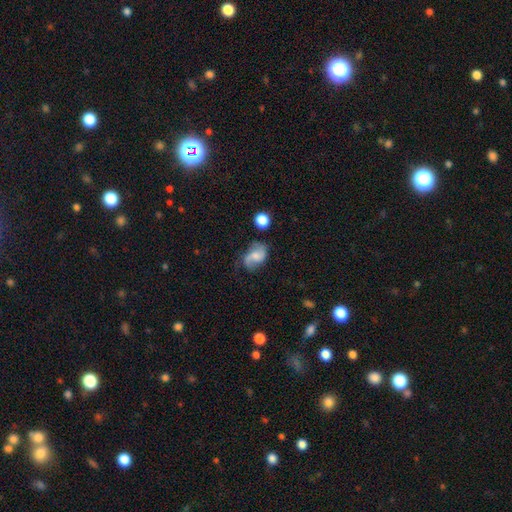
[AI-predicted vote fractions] Morphology: type=featured or disk (57%); edge-on=no (97%); bar=no (49%); spiral arms=yes (90%); bulge=moderate (36%); merging=none (60%).